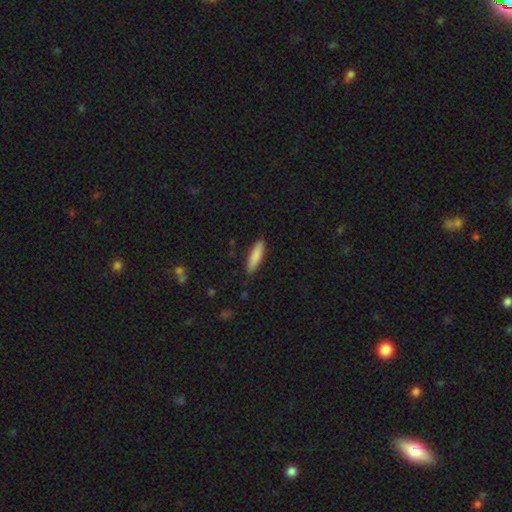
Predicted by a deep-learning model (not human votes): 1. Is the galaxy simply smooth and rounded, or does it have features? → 85% smooth, 9% featured or disk, 6% star or artifact.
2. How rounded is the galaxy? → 75% cigar-shaped, 23% in between, 1% round.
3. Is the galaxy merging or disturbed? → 86% none, 11% minor disturbance, 2% major disturbance, 1% merger.